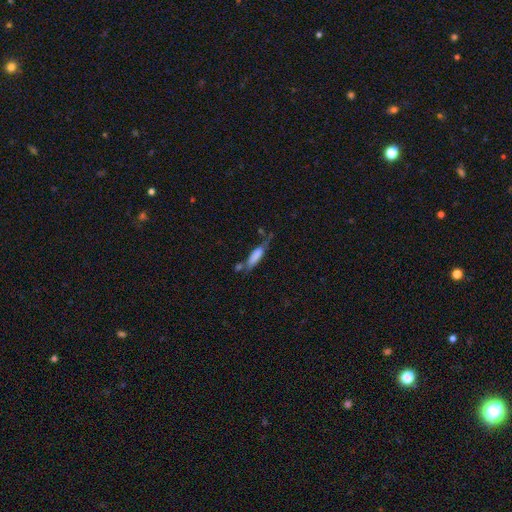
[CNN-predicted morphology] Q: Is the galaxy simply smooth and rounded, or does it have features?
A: smooth — 73%.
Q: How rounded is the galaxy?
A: cigar-shaped — 62%.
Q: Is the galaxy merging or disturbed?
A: none — 43%.